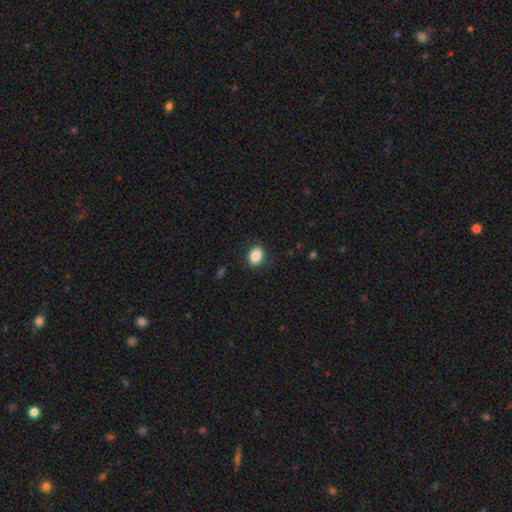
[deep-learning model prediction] A smooth galaxy with no disk features (88%) that is in between round and cigar-shaped (68%).

Vote fractions:
- Smooth or featured? smooth: 88% / star or artifact: 8% / featured or disk: 4%
- How rounded? in between: 68% / round: 31% / cigar-shaped: 1%
- Merging? none: 87% / minor disturbance: 9% / major disturbance: 3% / merger: 1%